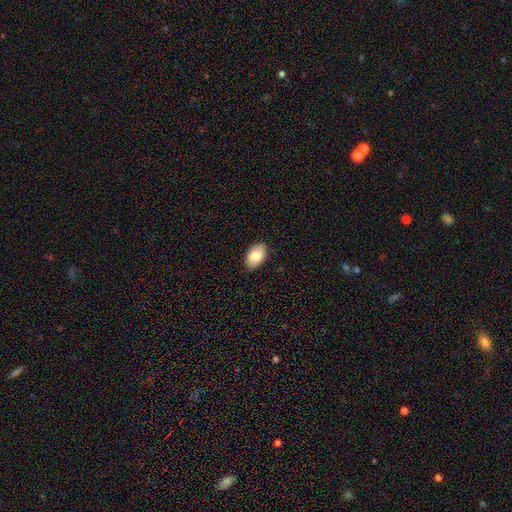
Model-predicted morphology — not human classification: smooth-or-featured: smooth: 82% | featured or disk: 11% | star or artifact: 7%
  how-rounded: in between: 93% | round: 5% | cigar-shaped: 1%
  merging: none: 89% | minor disturbance: 8% | major disturbance: 2% | merger: 1%